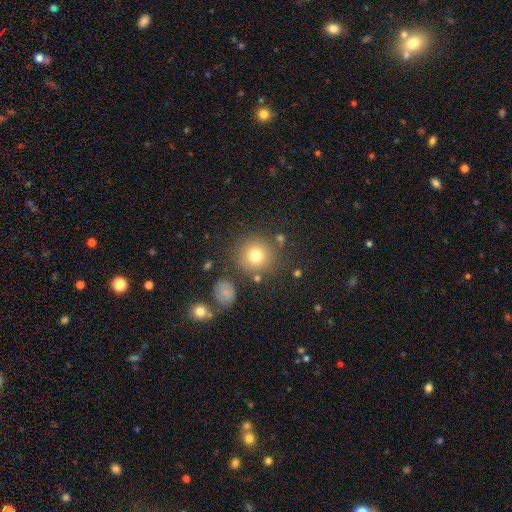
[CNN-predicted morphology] Smooth or featured?
  - smooth: 76% *
  - star or artifact: 13%
  - featured or disk: 10%
How rounded?
  - round: 93% *
  - in between: 6%
  - cigar-shaped: 1%
Merging?
  - none: 82% *
  - minor disturbance: 9%
  - merger: 5%
  - major disturbance: 4%